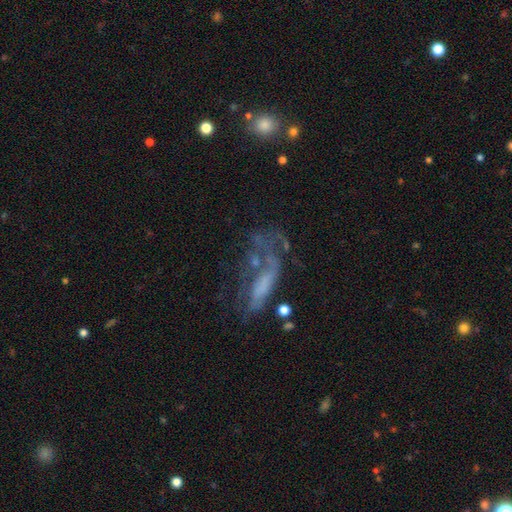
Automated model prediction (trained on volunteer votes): Q: Smooth or featured?
A: featured or disk (54%); runner-up: smooth (30%)
Q: Edge-on disk?
A: no (85%); runner-up: yes (15%)
Q: Merging?
A: major disturbance (40%); runner-up: none (32%)